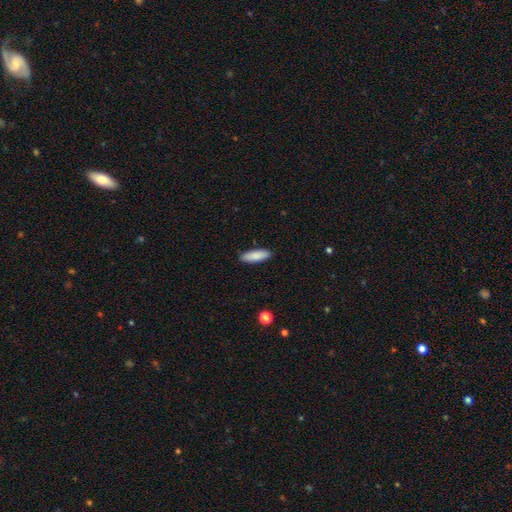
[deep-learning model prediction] Smooth or featured? Predicted: smooth (p=0.88). How rounded? Predicted: in between (p=0.54). Merging? Predicted: none (p=0.90).